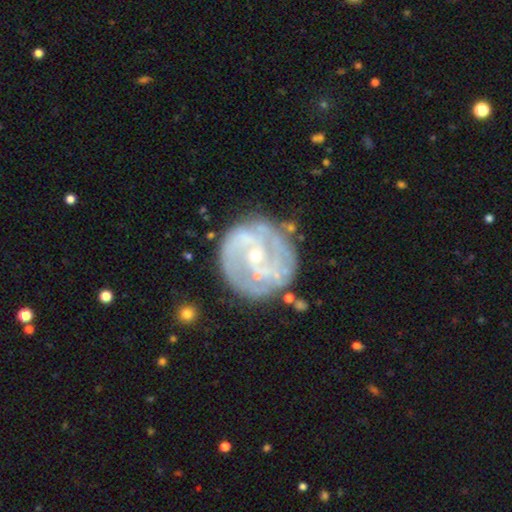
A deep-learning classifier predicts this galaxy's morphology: Smooth or featured: featured or disk — 78% (smooth — 15%)
Edge-on disk: no — 97% (yes — 3%)
Bar: no — 55% (weak — 33%)
Spiral arms: yes — 77% (no — 23%)
Spiral winding: tight — 50% (medium — 34%)
Spiral arm count: 2 — 38% (can't tell — 35%)
Bulge size: small — 72% (moderate — 24%)
Merging: none — 69% (minor disturbance — 17%)